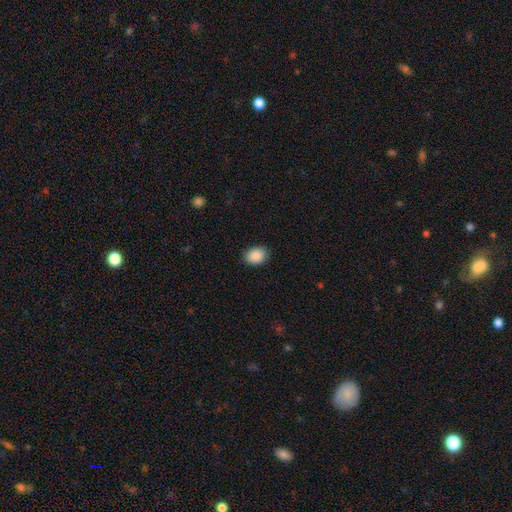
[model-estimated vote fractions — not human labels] The model was most divided on "how rounded": in between: 64%, round: 35%, cigar-shaped: 1%. More confident: smooth or featured — smooth (89%); merging — none (87%).